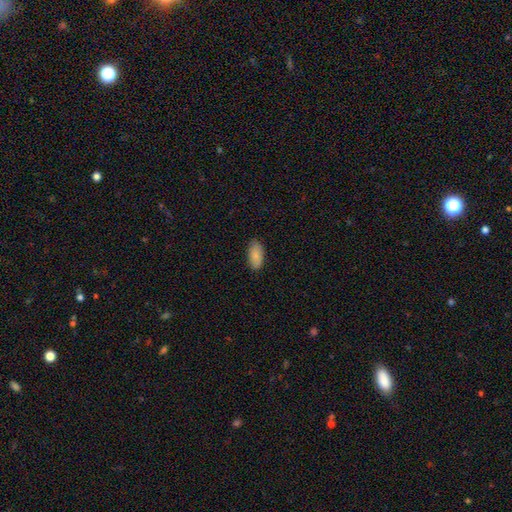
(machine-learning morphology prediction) Overall: smooth (87%). How rounded: in between (92%). Merging: none (85%).